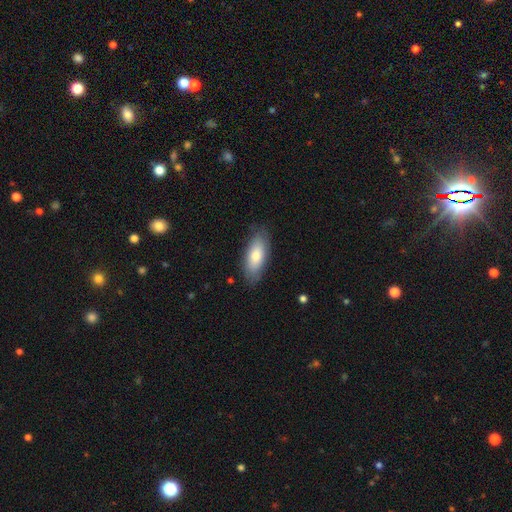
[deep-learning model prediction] Morphology: type=smooth (75%); roundness=in between (82%); merging=none (82%).